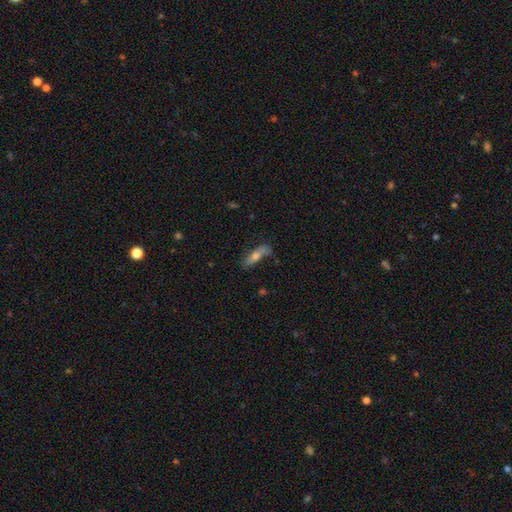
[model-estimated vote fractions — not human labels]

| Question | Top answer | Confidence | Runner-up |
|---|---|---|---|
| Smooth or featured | smooth | 58% | featured or disk (33%) |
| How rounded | cigar-shaped | 52% | in between (45%) |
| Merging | none | 64% | minor disturbance (24%) |